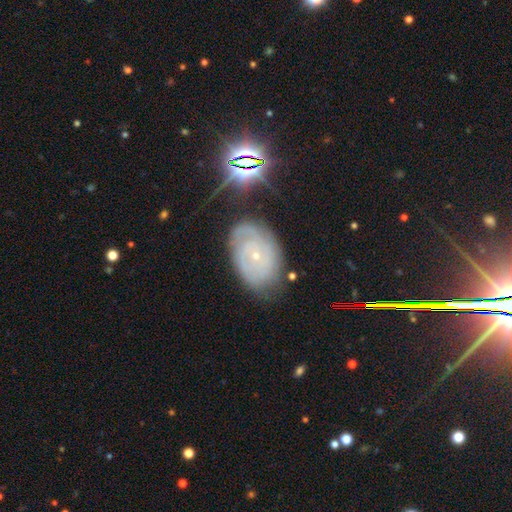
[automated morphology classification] A featured or disk galaxy (76%) with no bar (79%), tight (75%) spiral arms (91%) and a small central bulge (83%). Merging: none (70%).